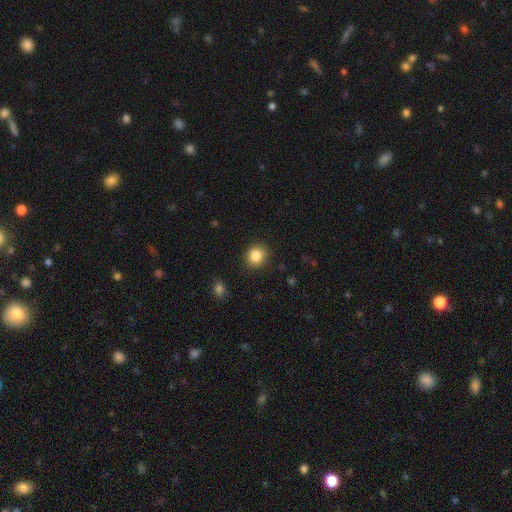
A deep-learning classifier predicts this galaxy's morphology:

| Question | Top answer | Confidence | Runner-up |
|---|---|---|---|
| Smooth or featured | smooth | 85% | star or artifact (10%) |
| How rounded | round | 80% | in between (19%) |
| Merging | none | 86% | minor disturbance (10%) |